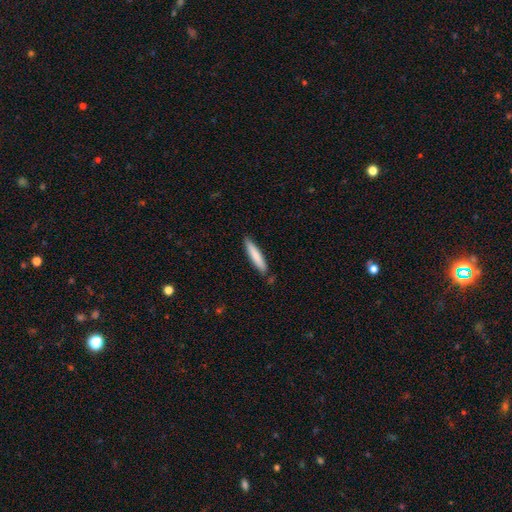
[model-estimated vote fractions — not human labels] Morphology: type=smooth (80%); roundness=cigar-shaped (90%); merging=none (84%).